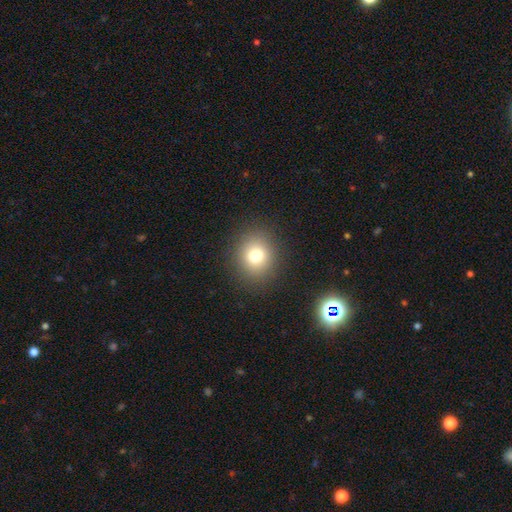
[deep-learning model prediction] smooth-or-featured: smooth: 76% | star or artifact: 14% | featured or disk: 10%
  how-rounded: round: 80% | in between: 19% | cigar-shaped: 1%
  merging: none: 89% | minor disturbance: 6% | major disturbance: 3% | merger: 1%